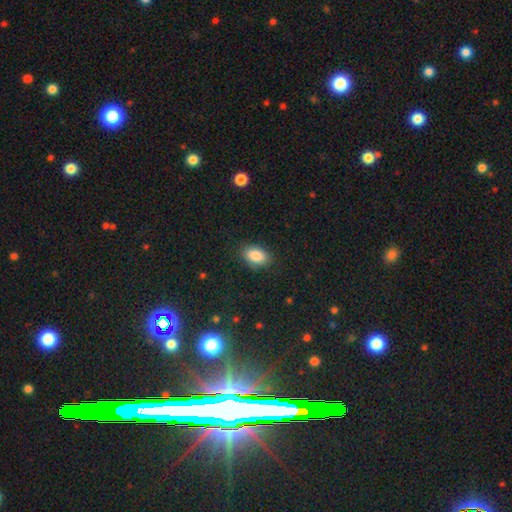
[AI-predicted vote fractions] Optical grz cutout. It shows a smooth galaxy with no disk features (87%) that is in between round and cigar-shaped (90%). Merging: none (84%).